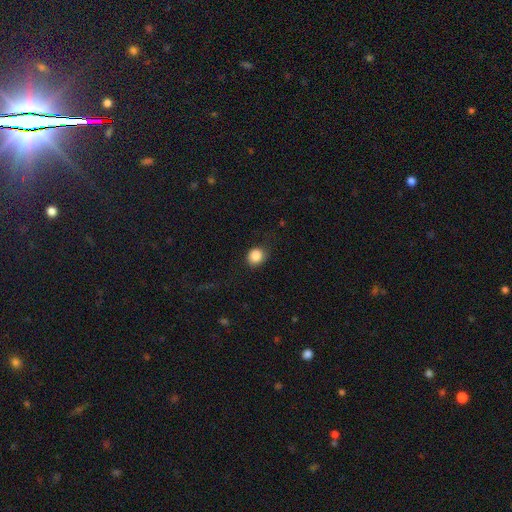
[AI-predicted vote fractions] smooth-or-featured: smooth: 87% | star or artifact: 9% | featured or disk: 4%
  how-rounded: round: 77% | in between: 22% | cigar-shaped: 1%
  merging: none: 77% | minor disturbance: 16% | major disturbance: 5% | merger: 1%